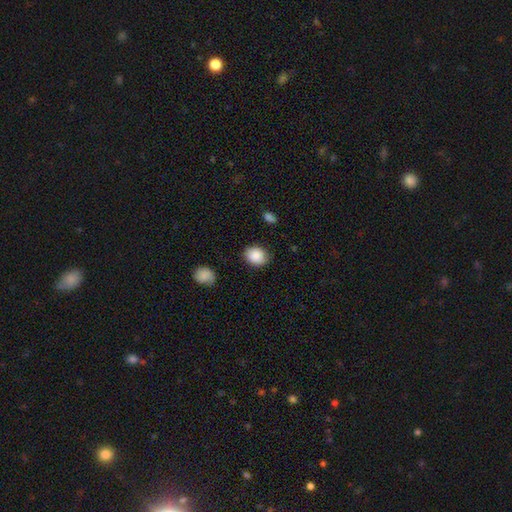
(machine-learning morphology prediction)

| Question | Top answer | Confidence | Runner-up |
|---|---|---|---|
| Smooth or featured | smooth | 88% | star or artifact (8%) |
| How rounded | round | 51% | in between (48%) |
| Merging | none | 83% | minor disturbance (12%) |